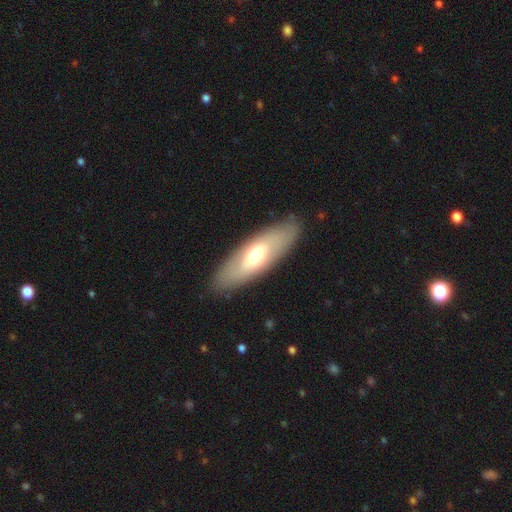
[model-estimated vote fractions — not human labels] Morphology: type=smooth (55%); roundness=in between (64%); merging=none (87%).